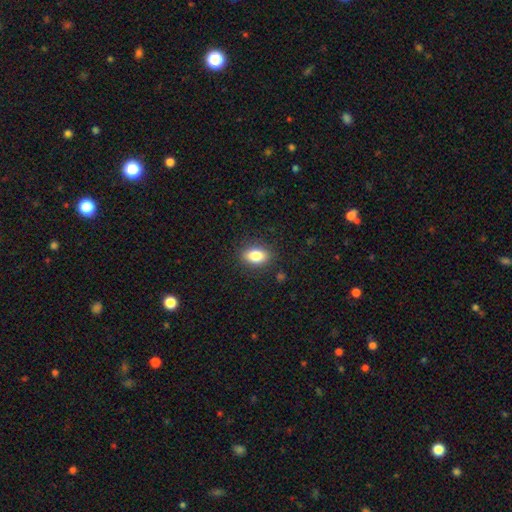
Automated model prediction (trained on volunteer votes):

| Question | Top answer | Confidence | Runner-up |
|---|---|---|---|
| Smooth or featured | smooth | 83% | star or artifact (9%) |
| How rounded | in between | 82% | round (16%) |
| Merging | none | 87% | minor disturbance (9%) |